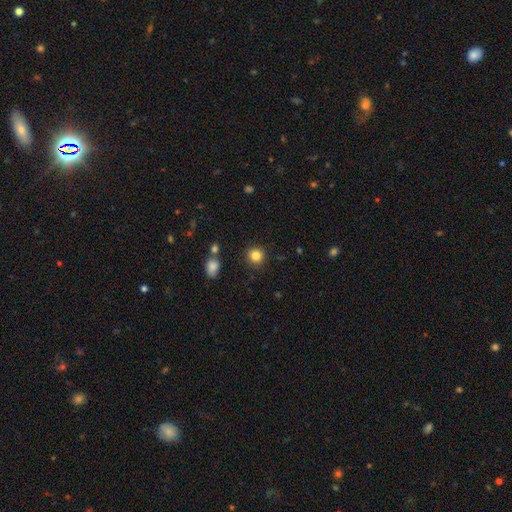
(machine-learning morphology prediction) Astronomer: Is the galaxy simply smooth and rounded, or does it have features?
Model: smooth — 83%.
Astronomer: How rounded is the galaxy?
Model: round — 91%.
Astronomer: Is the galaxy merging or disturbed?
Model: none — 89%.